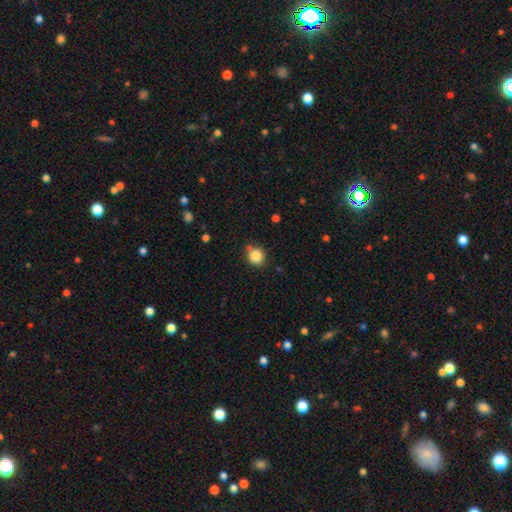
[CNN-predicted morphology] Q: Smooth or featured?
A: smooth (85%); runner-up: star or artifact (10%)
Q: How rounded?
A: round (90%); runner-up: in between (9%)
Q: Merging?
A: none (81%); runner-up: minor disturbance (11%)